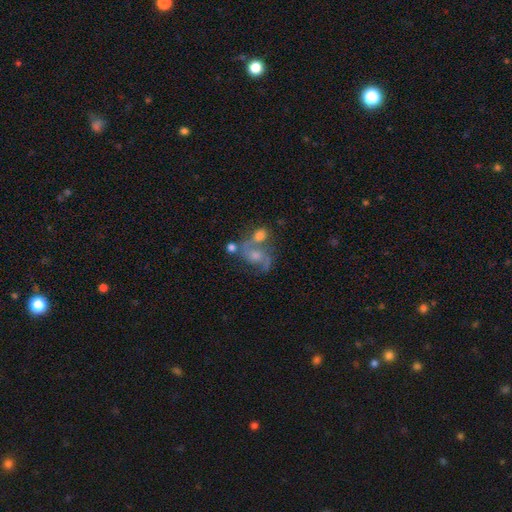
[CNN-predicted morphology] This appears to be a featured or disk galaxy (70%) with no bar (63%), 2 (85%) medium (46%) spiral arms (89%) and a moderate central bulge (45%). Merging: merger (38%).